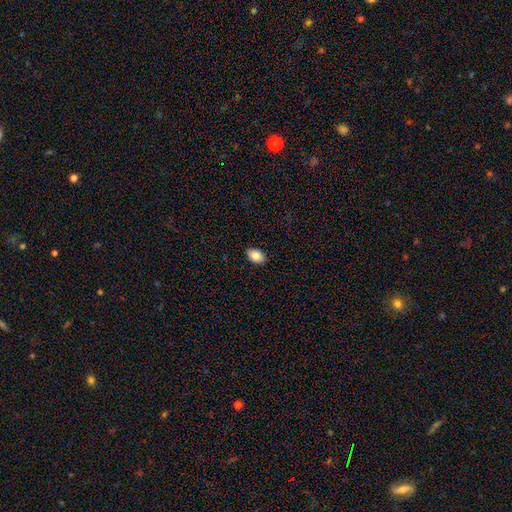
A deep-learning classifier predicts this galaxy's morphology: A smooth galaxy with no disk features (88%) that is in between round and cigar-shaped (88%).

Vote fractions:
- Smooth or featured? smooth: 88% / star or artifact: 7% / featured or disk: 5%
- How rounded? in between: 88% / round: 11% / cigar-shaped: 1%
- Merging? none: 88% / minor disturbance: 9% / major disturbance: 2% / merger: 1%